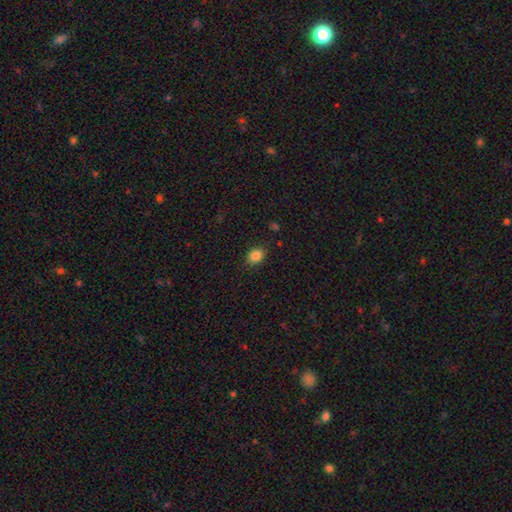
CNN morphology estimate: smooth 85%, star or artifact 10%, featured or disk 5%. Down the decision tree: how rounded — in between (63%); merging — none (85%).